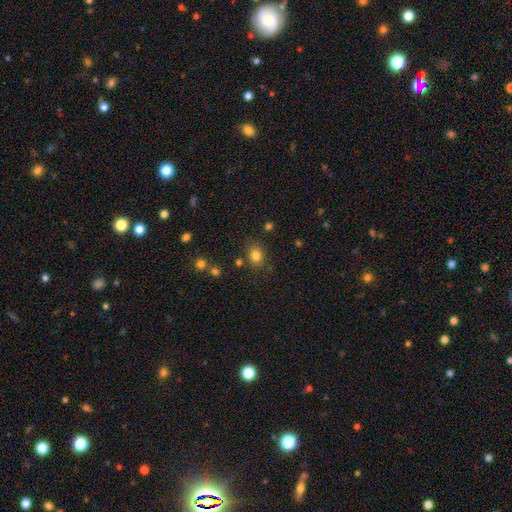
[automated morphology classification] smooth_or_featured: smooth (p=0.81) [alt: star or artifact p=0.13]
how_rounded: in between (p=0.50) [alt: round p=0.49]
merging: none (p=0.78) [alt: minor disturbance p=0.13]